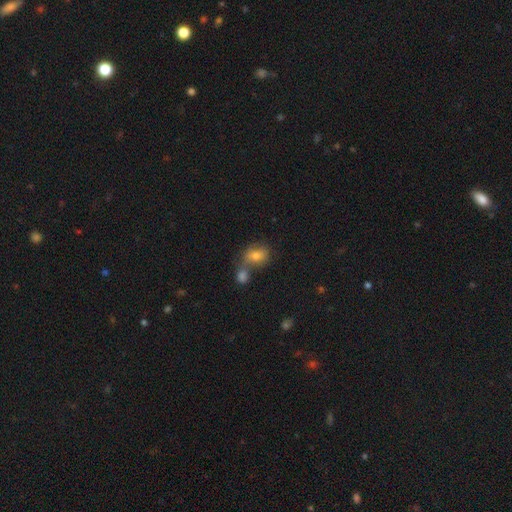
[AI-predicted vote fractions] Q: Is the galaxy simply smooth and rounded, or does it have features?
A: smooth — 71%.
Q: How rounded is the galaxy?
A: in between — 55%.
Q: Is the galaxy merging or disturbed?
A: merger — 41%, tied with none.